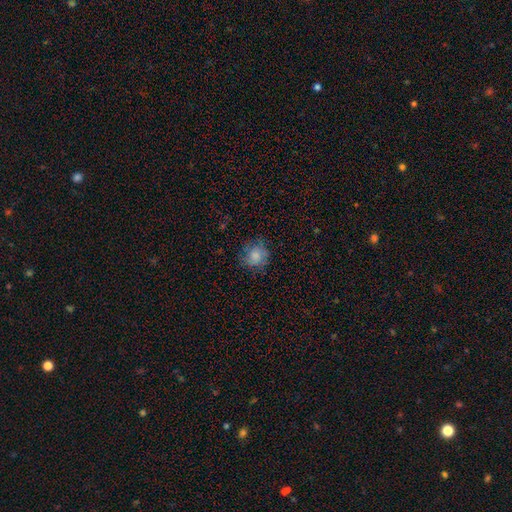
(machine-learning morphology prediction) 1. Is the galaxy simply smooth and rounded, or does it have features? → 80% smooth, 10% featured or disk, 9% star or artifact.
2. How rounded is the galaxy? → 85% round, 14% in between, 1% cigar-shaped.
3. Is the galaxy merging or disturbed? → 75% none, 18% minor disturbance, 6% major disturbance, 1% merger.